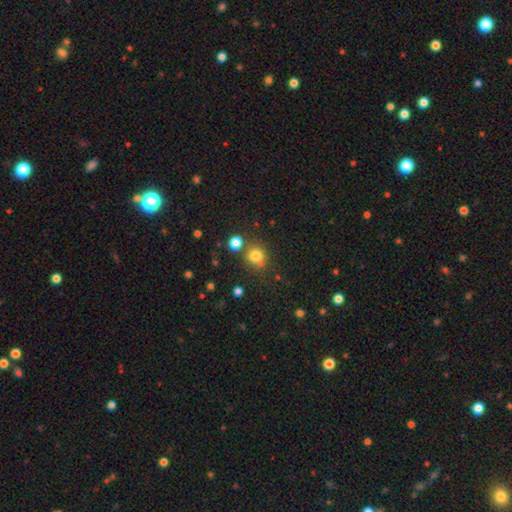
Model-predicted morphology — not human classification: This is likely a smooth galaxy (78%). How rounded: clearly round (85%). Merging: likely none (69%).